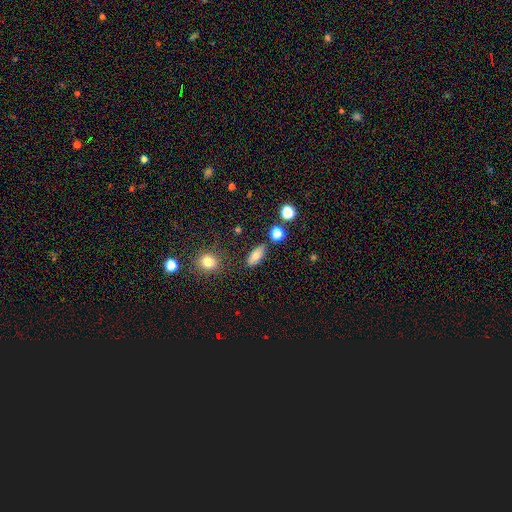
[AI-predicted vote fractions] Overall: smooth (78%). How rounded: in between (80%). Merging: none (82%).